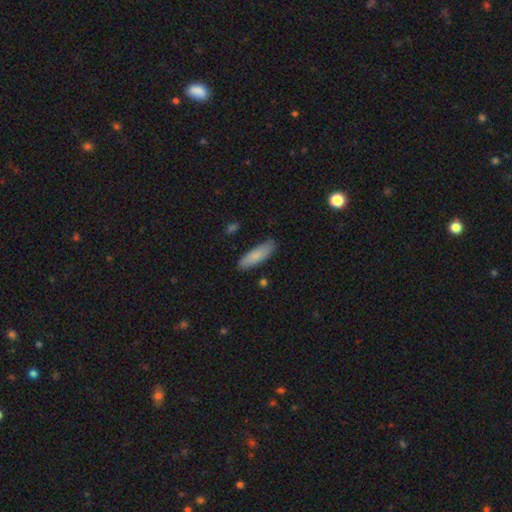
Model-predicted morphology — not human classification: This appears to be a smooth galaxy with no disk features (82%) that is cigar-shaped (52%). Merging: none (84%).